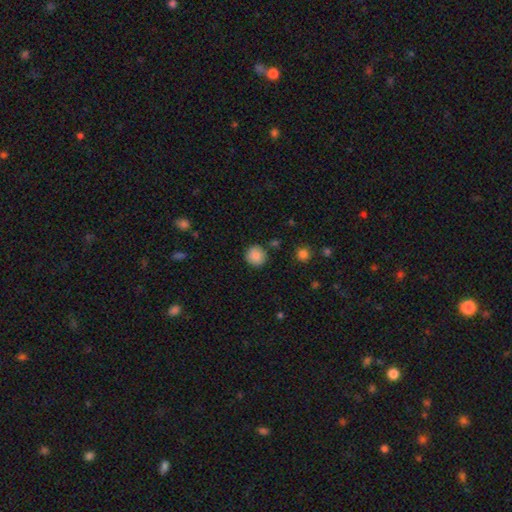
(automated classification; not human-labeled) Smooth or featured? smooth (87%)
How rounded? round (92%)
Merging? none (88%)